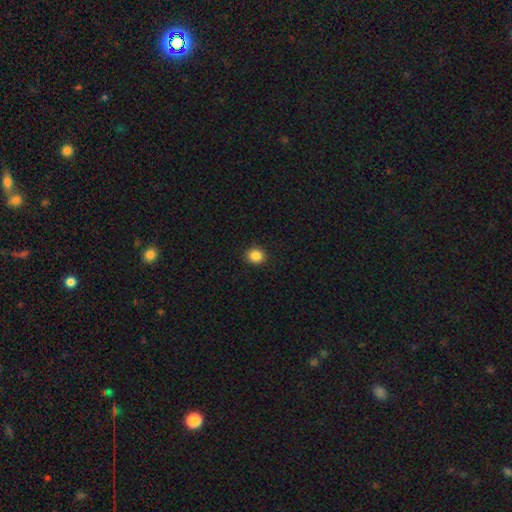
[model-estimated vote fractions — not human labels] Overall: smooth (87%). How rounded: round (79%). Merging: none (92%).